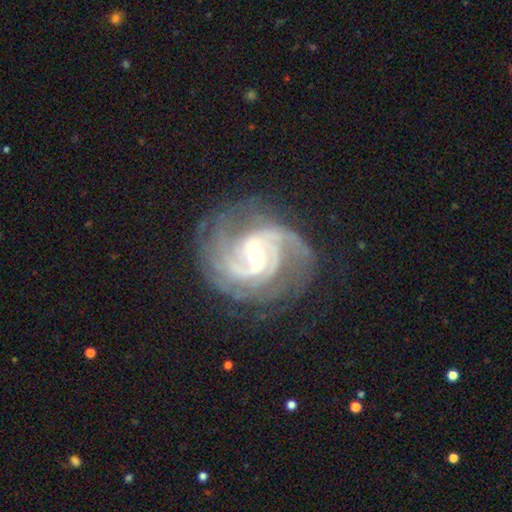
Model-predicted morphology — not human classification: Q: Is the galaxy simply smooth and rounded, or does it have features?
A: featured or disk — 93%.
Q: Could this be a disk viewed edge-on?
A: no — 98%.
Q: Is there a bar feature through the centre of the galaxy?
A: weak — 48%.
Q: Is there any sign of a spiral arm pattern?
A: yes — 98%.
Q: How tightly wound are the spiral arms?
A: tight — 49%.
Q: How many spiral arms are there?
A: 2 — 41%.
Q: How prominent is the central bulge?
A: small — 49%.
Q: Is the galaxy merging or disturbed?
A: none — 74%.